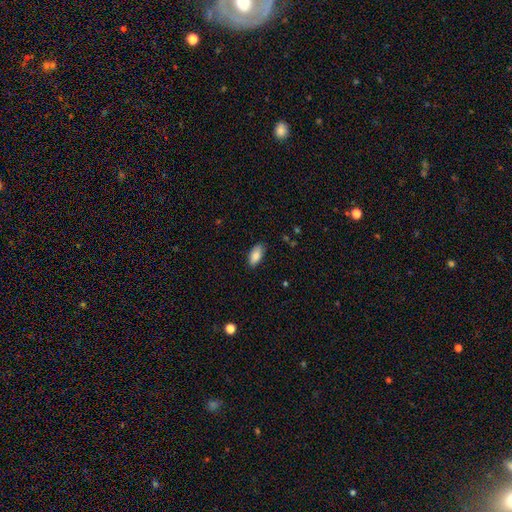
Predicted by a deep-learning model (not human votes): Smooth or featured: smooth — 87% (featured or disk — 7%)
How rounded: in between — 89% (cigar-shaped — 9%)
Merging: none — 85% (minor disturbance — 12%)